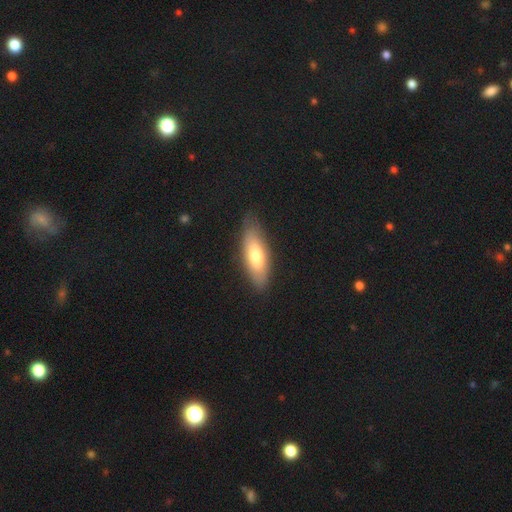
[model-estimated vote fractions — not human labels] A smooth galaxy with no disk features (68%) that is in between round and cigar-shaped (64%). Merging: none (80%).